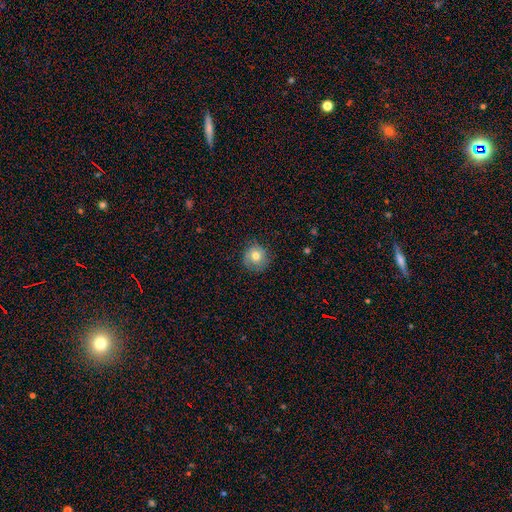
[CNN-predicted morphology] Smooth or featured?
  - smooth: 73% *
  - featured or disk: 17%
  - star or artifact: 10%
How rounded?
  - round: 91% *
  - in between: 8%
  - cigar-shaped: 1%
Merging?
  - none: 80% *
  - minor disturbance: 15%
  - major disturbance: 4%
  - merger: 1%